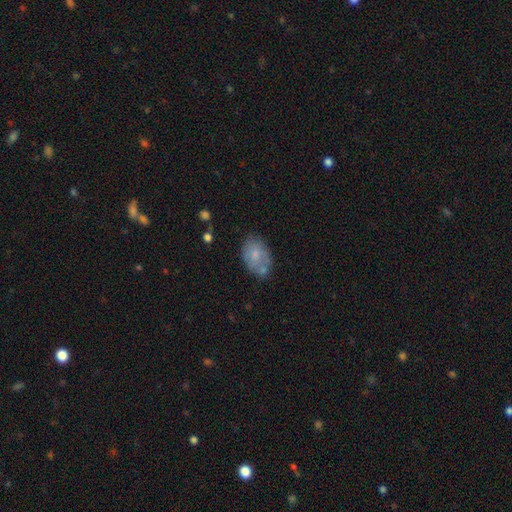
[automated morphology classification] smooth-or-featured: smooth: 64% | featured or disk: 27% | star or artifact: 8%
  how-rounded: in between: 84% | round: 15% | cigar-shaped: 1%
  merging: none: 54% | minor disturbance: 24% | merger: 14% | major disturbance: 7%